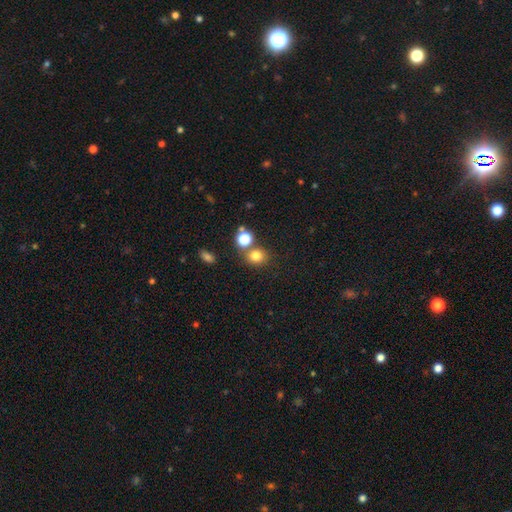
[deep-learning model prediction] A smooth galaxy with no disk features (78%) that is round (76%). Merging: none (68%).